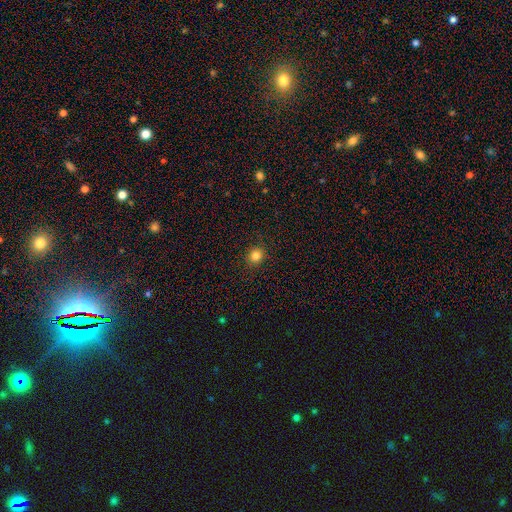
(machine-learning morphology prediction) smooth-or-featured: smooth: 84% | star or artifact: 12% | featured or disk: 4%
  how-rounded: round: 88% | in between: 11% | cigar-shaped: 1%
  merging: none: 90% | minor disturbance: 6% | major disturbance: 2% | merger: 1%